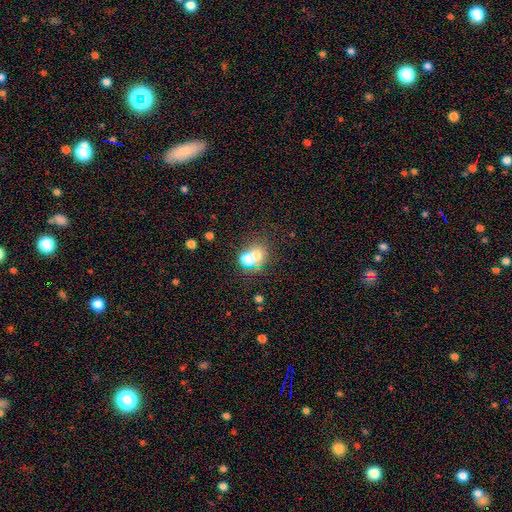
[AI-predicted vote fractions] smooth_or_featured: smooth (p=0.63) [alt: star or artifact p=0.19]
how_rounded: round (p=0.70) [alt: in between p=0.29]
merging: merger (p=0.48) [alt: none p=0.39]